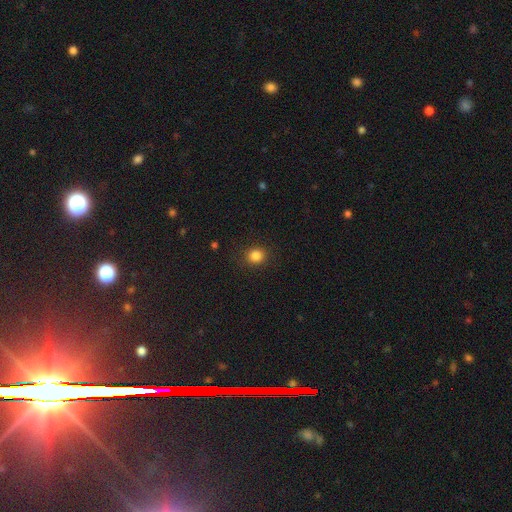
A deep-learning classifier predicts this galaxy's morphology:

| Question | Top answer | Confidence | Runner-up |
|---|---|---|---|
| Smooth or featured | smooth | 85% | star or artifact (12%) |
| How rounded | round | 81% | in between (18%) |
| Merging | none | 89% | minor disturbance (8%) |